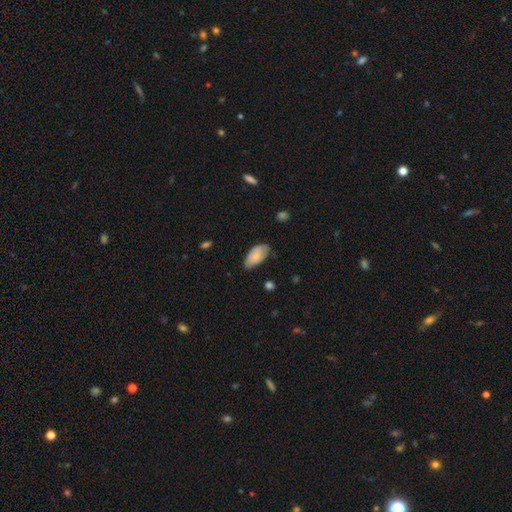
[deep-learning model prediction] smooth-or-featured: smooth: 76% | featured or disk: 17% | star or artifact: 7%
  how-rounded: in between: 95% | cigar-shaped: 3% | round: 3%
  merging: none: 62% | minor disturbance: 31% | major disturbance: 5% | merger: 2%